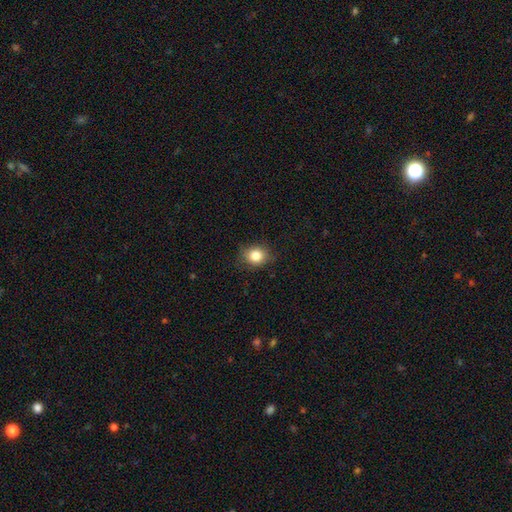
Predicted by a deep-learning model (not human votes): A smooth galaxy with no disk features (83%) that is round (70%). Merging: none (82%).